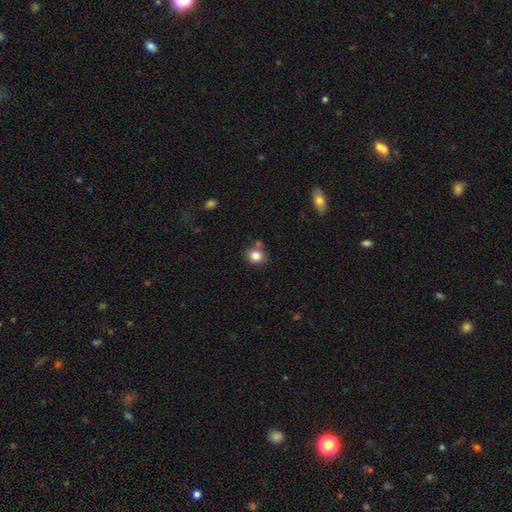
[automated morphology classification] Q: Smooth or featured?
A: smooth (84%); runner-up: star or artifact (10%)
Q: How rounded?
A: round (68%); runner-up: in between (31%)
Q: Merging?
A: none (67%); runner-up: minor disturbance (15%)